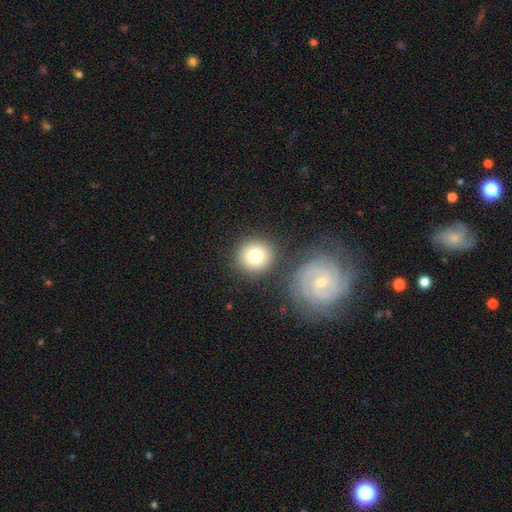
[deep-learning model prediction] smooth 67%, featured or disk 25%, star or artifact 7%. Down the decision tree: how rounded — round (92%); merging — none (79%).